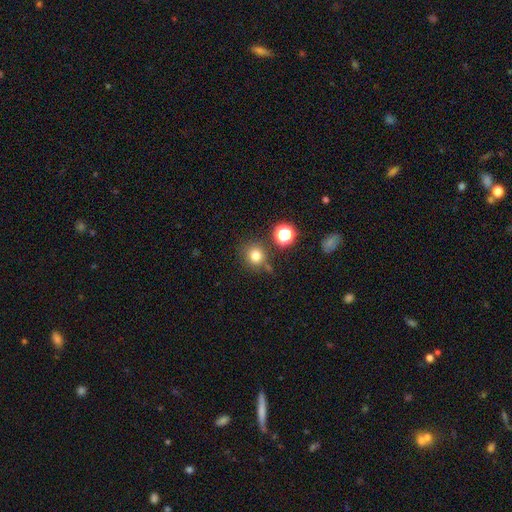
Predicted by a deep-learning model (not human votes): Morphology: type=smooth (78%); roundness=round (88%); merging=none (76%).